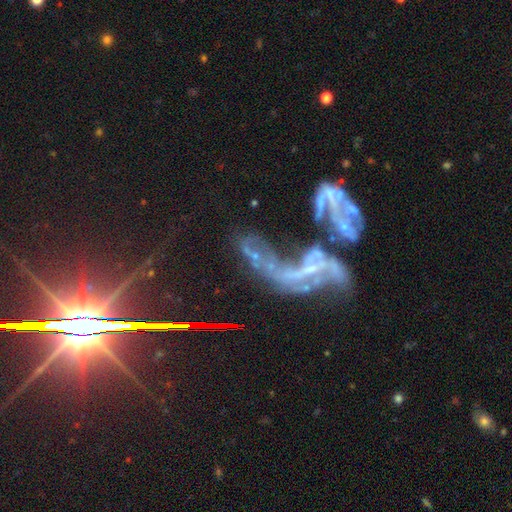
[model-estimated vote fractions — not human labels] Smooth or featured? featured or disk (65%)
Edge-on disk? no (93%)
Bar? no (64%)
Spiral arms? yes (56%)
Bulge size? none (46%)
Merging? merger (47%)